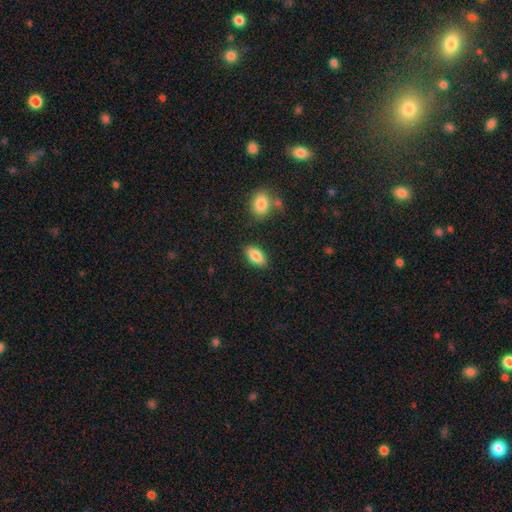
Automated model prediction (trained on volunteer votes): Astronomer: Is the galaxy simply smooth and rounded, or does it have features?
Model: smooth — 85%.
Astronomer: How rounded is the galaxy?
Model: in between — 90%.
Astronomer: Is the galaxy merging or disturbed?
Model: none — 85%.